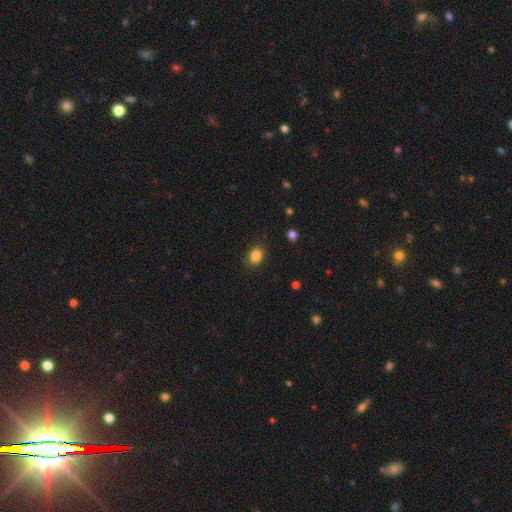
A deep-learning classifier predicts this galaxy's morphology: Smooth or featured?
  - smooth: 85% *
  - star or artifact: 10%
  - featured or disk: 5%
How rounded?
  - in between: 56% *
  - round: 43%
  - cigar-shaped: 1%
Merging?
  - none: 83% *
  - minor disturbance: 13%
  - major disturbance: 3%
  - merger: 1%